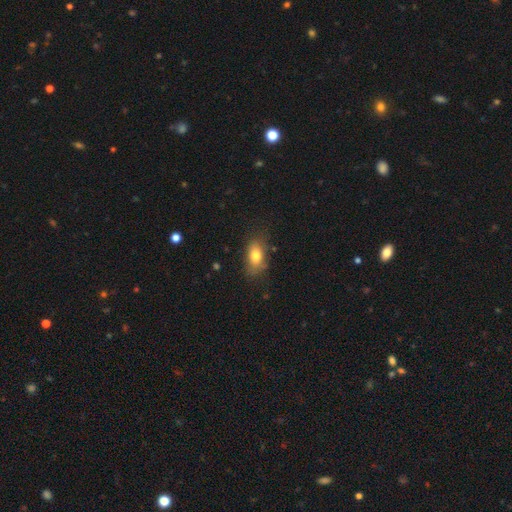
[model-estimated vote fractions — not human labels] Morphology: type=smooth (77%); roundness=in between (86%); merging=none (68%).